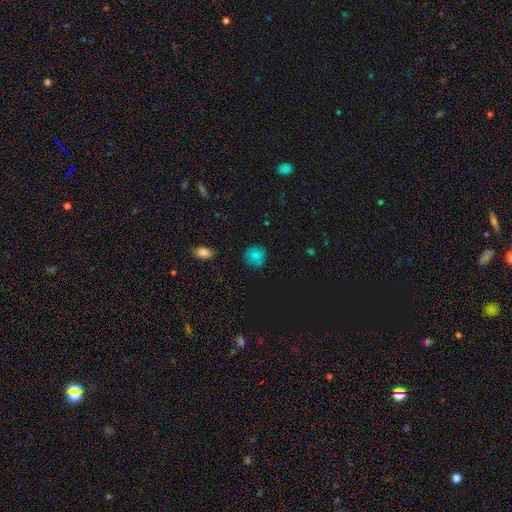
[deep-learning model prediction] This appears to be a smooth galaxy with no disk features (75%) that is round (89%). Merging: none (79%).